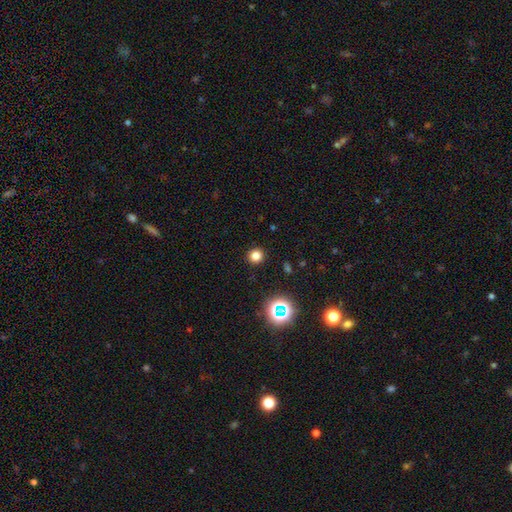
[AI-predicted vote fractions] A smooth galaxy with no disk features (77%) that is round (92%).

Vote fractions:
- Smooth or featured? smooth: 77% / star or artifact: 18% / featured or disk: 5%
- How rounded? round: 92% / in between: 7% / cigar-shaped: 1%
- Merging? none: 92% / minor disturbance: 5% / major disturbance: 2% / merger: 1%